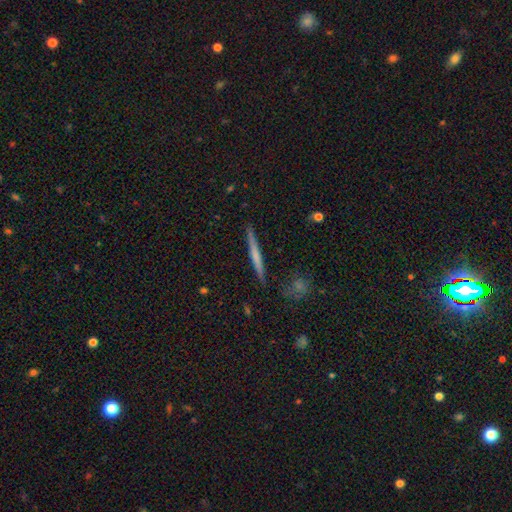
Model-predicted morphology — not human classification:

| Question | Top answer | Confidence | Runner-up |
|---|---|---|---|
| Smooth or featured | smooth | 50% | featured or disk (44%) |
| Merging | none | 88% | minor disturbance (8%) |